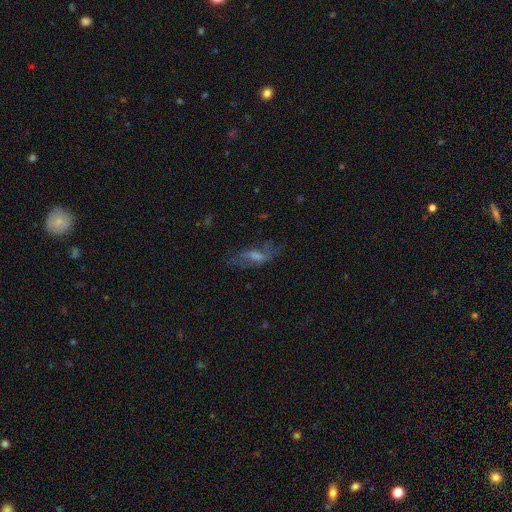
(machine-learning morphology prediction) A featured or disk galaxy (51%). Merging: none (65%).